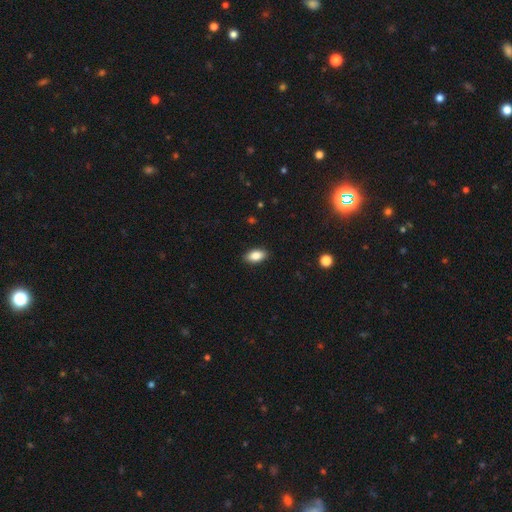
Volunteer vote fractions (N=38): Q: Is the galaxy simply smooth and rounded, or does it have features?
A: smooth — 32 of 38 (84%).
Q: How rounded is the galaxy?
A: in between — 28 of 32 (88%).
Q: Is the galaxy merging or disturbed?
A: none — 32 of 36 (89%).